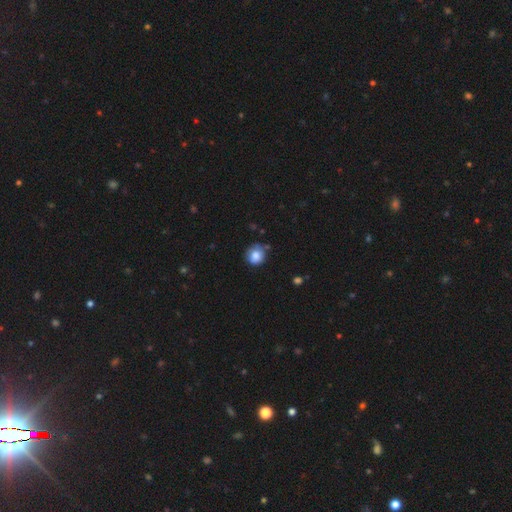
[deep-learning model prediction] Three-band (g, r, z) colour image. It shows a smooth galaxy with no disk features (81%) that is round (87%). Merging: none (67%).